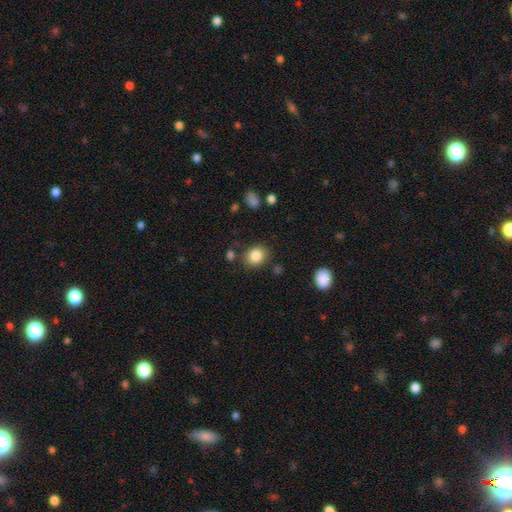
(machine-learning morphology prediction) Smooth or featured: smooth — 85% (star or artifact — 9%)
How rounded: round — 55% (in between — 44%)
Merging: none — 82% (minor disturbance — 11%)